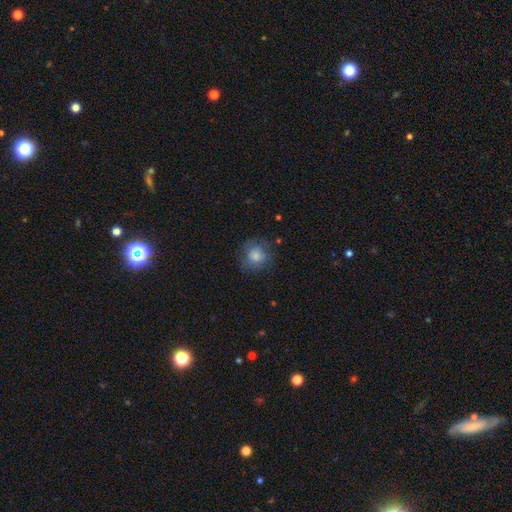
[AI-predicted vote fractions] This is likely a smooth galaxy (79%). How rounded: clearly round (85%). Merging: likely none (70%).